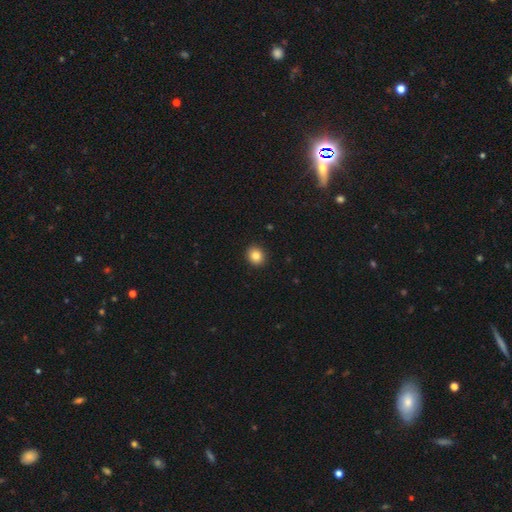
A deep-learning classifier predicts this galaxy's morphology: A smooth galaxy with no disk features (85%) that is round (75%).

Vote fractions:
- Smooth or featured? smooth: 85% / star or artifact: 10% / featured or disk: 6%
- How rounded? round: 75% / in between: 24% / cigar-shaped: 1%
- Merging? none: 92% / minor disturbance: 5% / major disturbance: 2% / merger: 1%